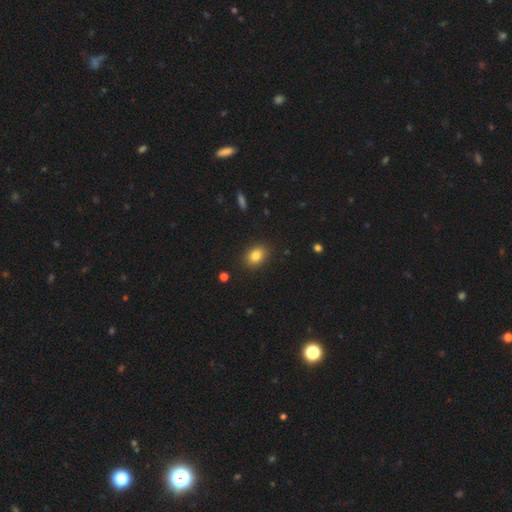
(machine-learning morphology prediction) A smooth galaxy with no disk features (83%) that is in between round and cigar-shaped (71%). Merging: none (88%).